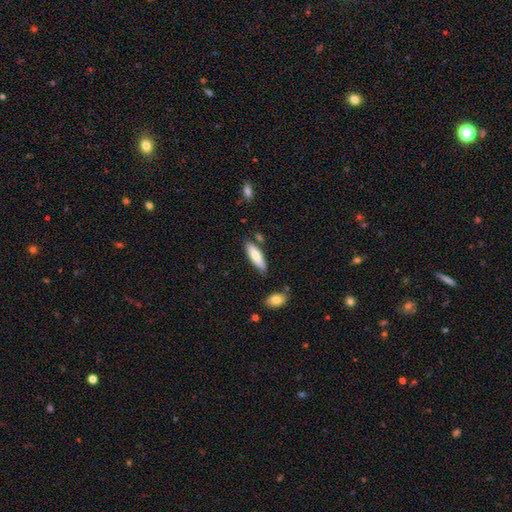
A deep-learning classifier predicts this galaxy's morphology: Smooth or featured: smooth — 74% (featured or disk — 20%)
How rounded: cigar-shaped — 55% (in between — 43%)
Merging: none — 79% (minor disturbance — 13%)